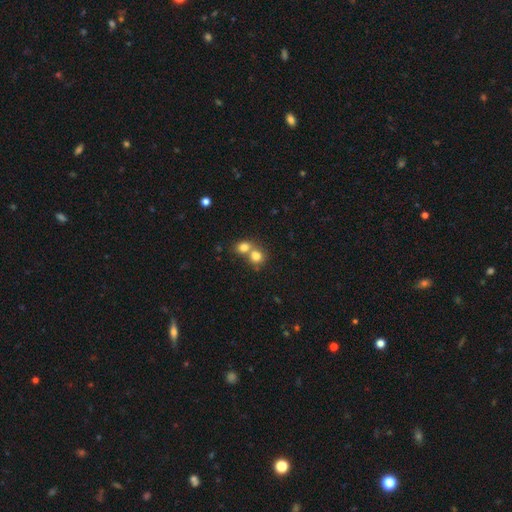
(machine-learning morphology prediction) This is likely a smooth galaxy (78%). How rounded: likely round (76%). Merging: possibly merger (59%).